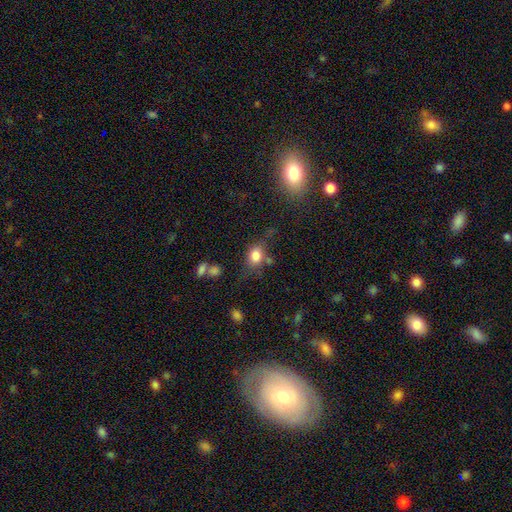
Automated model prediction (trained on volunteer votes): Overall: smooth (79%). How rounded: in between (60%; round 38%). Merging: none (57%; minor disturbance 23%).